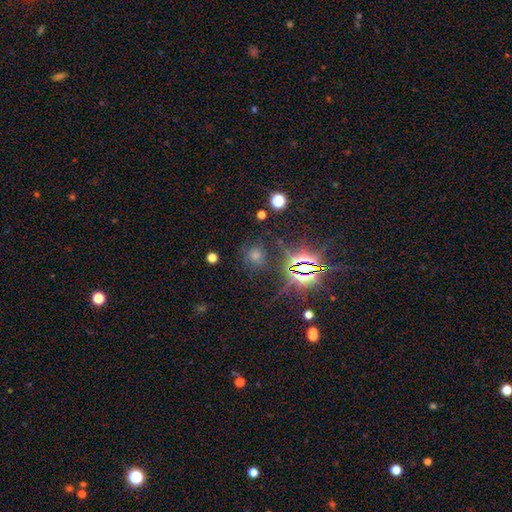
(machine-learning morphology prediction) Q: Smooth or featured?
A: star or artifact (62%); runner-up: smooth (27%)